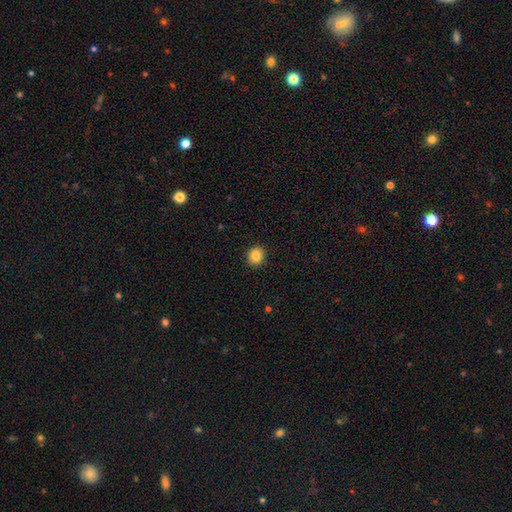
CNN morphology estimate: smooth_or_featured: smooth (p=0.85) [alt: star or artifact p=0.10]
how_rounded: round (p=0.77) [alt: in between p=0.22]
merging: none (p=0.91) [alt: minor disturbance p=0.06]